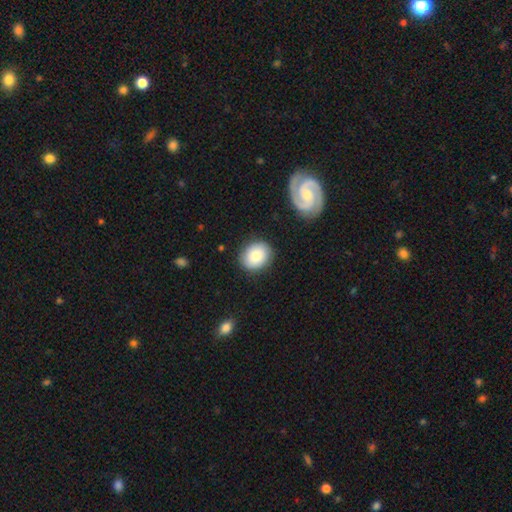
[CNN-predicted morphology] Smooth or featured? smooth (80%)
How rounded? round (68%)
Merging? none (86%)